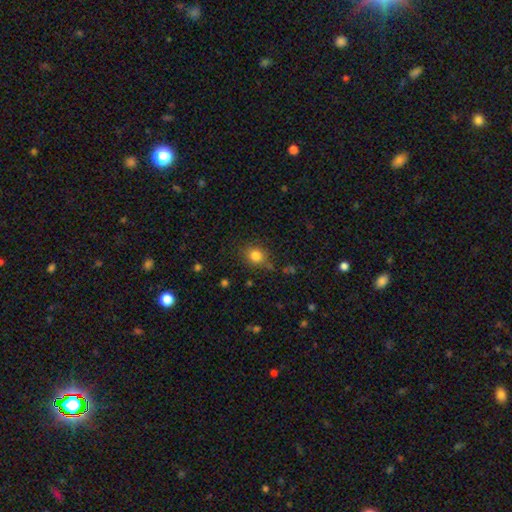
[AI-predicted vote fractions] smooth 82%, star or artifact 12%, featured or disk 6%. Down the decision tree: how rounded — round (80%); merging — none (76%).